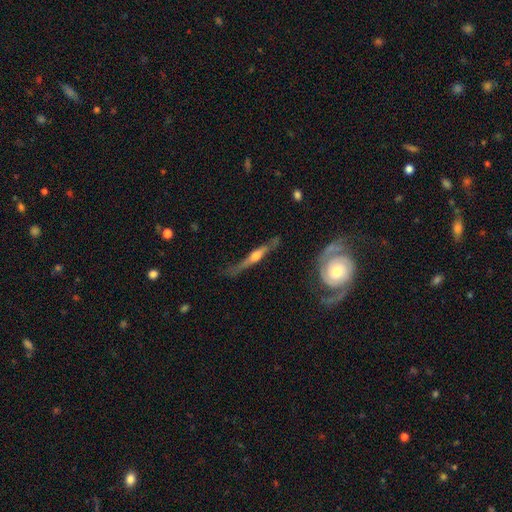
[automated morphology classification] Smooth or featured? featured or disk (72%)
Edge-on disk? yes (93%)
Edge-on bulge? rounded (86%)
Merging? none (71%)